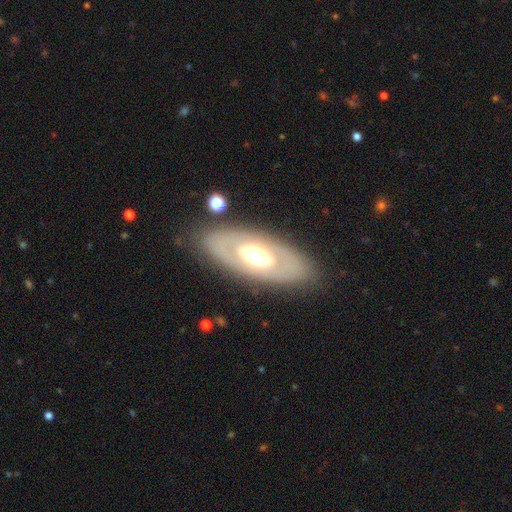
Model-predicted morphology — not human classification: Q: Smooth or featured?
A: featured or disk (57%); runner-up: smooth (37%)
Q: Edge-on disk?
A: no (85%); runner-up: yes (15%)
Q: Merging?
A: none (83%); runner-up: minor disturbance (11%)